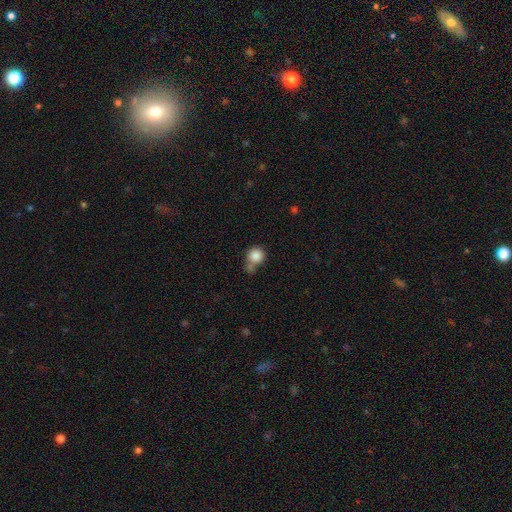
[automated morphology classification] smooth 85%, star or artifact 9%, featured or disk 6%. Down the decision tree: how rounded — round (87%); merging — none (45%).